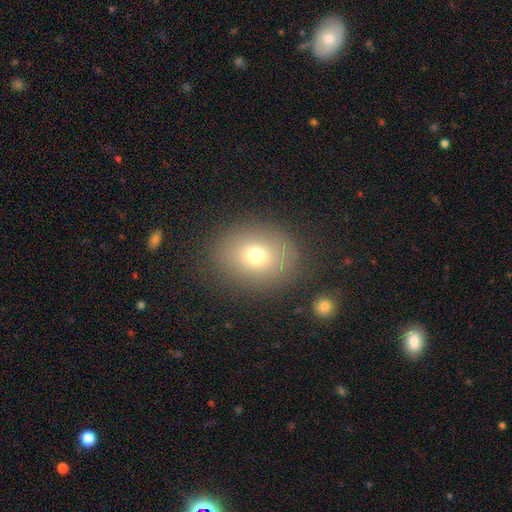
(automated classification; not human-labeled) smooth 70%, star or artifact 15%, featured or disk 15%. Down the decision tree: how rounded — round (53%); merging — none (83%).